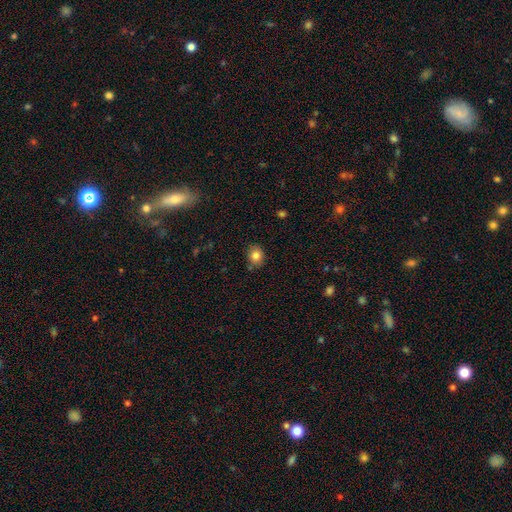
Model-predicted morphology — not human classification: The model was most divided on "how rounded": round: 68%, in between: 31%, cigar-shaped: 1%. More confident: smooth or featured — smooth (83%); merging — none (79%).